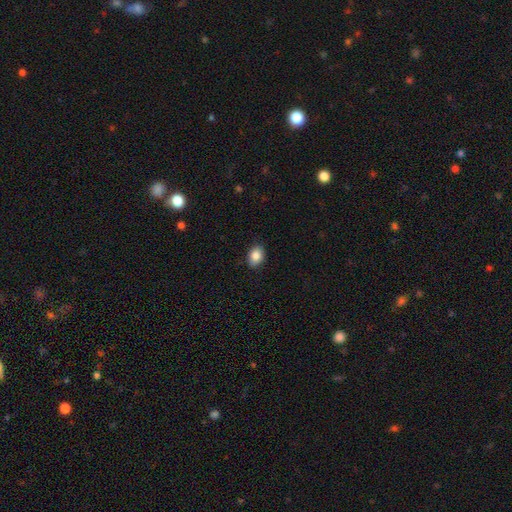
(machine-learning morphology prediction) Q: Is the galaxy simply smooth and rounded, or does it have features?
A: smooth — 86%.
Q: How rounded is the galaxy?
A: in between — 76%.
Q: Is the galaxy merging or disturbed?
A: none — 88%.